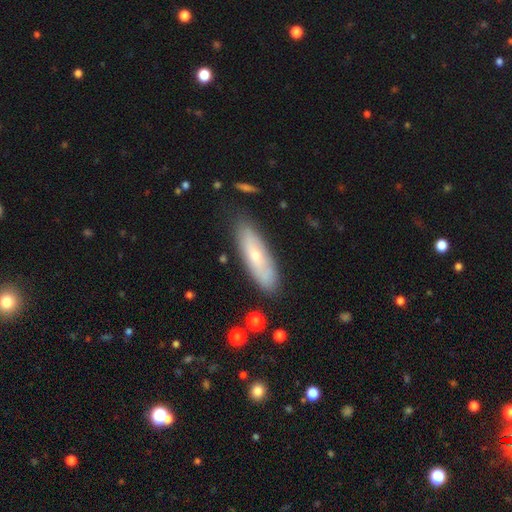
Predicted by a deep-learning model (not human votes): A smooth galaxy with no disk features (52%) that is cigar-shaped (53%). Merging: none (82%).